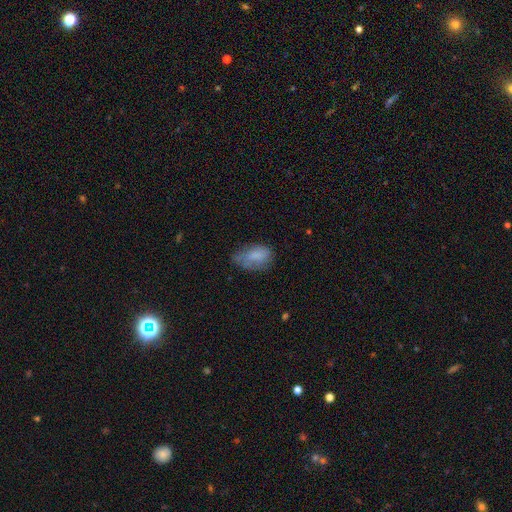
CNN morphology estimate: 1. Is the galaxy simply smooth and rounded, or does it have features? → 76% smooth, 16% featured or disk, 8% star or artifact.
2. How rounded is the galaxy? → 89% in between, 9% round, 2% cigar-shaped.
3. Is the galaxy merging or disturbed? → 51% none, 33% minor disturbance, 13% major disturbance, 2% merger.